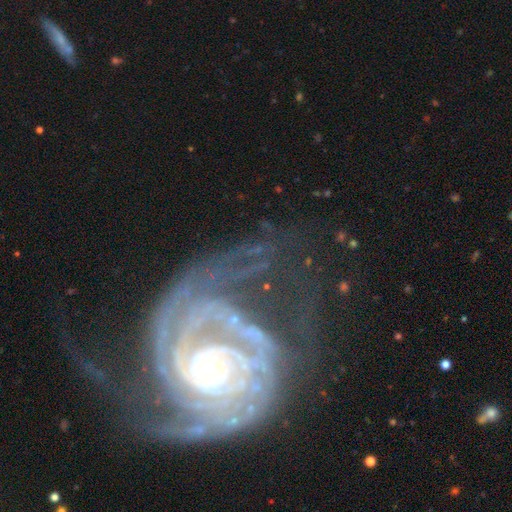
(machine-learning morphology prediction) The model was most divided on "spiral arm count": 2: 35%, can't tell: 19%, 3: 16%, 4: 11%, more than 4: 10%, 1: 9%. Remaining: edge-on disk — no (97%); spiral arms — yes (97%); smooth or featured — featured or disk (89%); bulge size — small (79%); spiral winding — tight (75%); bar — no (67%); merging — none (48%).